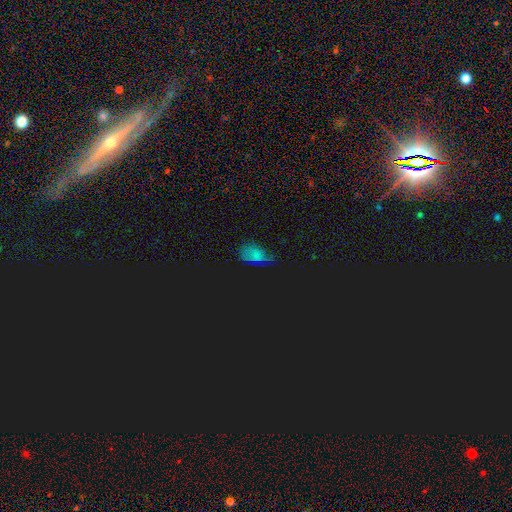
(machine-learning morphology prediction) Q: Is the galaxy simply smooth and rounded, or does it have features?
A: smooth — 46%.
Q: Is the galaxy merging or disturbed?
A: none — 56%.